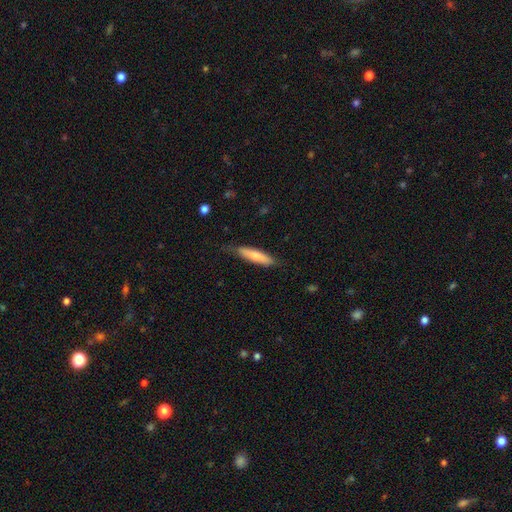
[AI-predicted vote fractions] This is likely a smooth galaxy (72%). How rounded: clearly cigar-shaped (80%). Merging: likely none (74%).